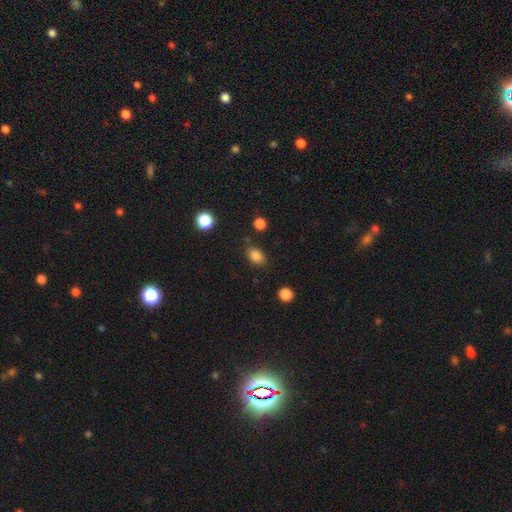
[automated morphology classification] Smooth or featured?
  - smooth: 84% *
  - star or artifact: 10%
  - featured or disk: 5%
How rounded?
  - in between: 76% *
  - round: 22%
  - cigar-shaped: 1%
Merging?
  - none: 77% *
  - minor disturbance: 15%
  - major disturbance: 4%
  - merger: 4%